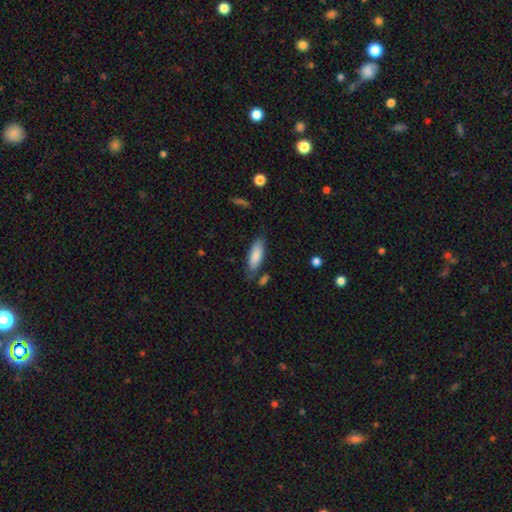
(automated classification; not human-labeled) Smooth or featured? Predicted: smooth (p=0.84). How rounded? Predicted: in between (p=0.68). Merging? Predicted: none (p=0.69).